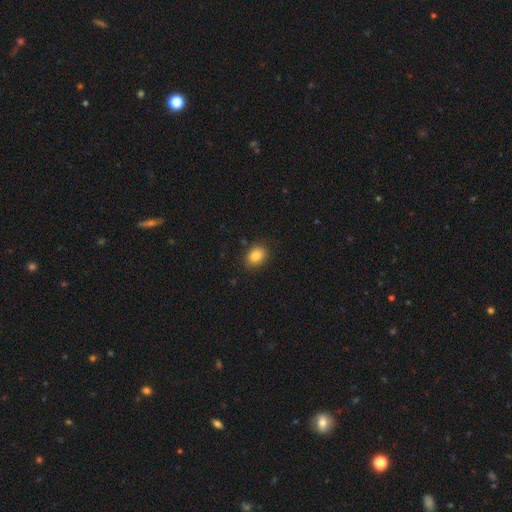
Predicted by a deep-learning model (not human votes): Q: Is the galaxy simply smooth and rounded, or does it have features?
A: smooth — 85%.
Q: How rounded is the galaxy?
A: in between — 61%.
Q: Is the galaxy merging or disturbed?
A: none — 86%.